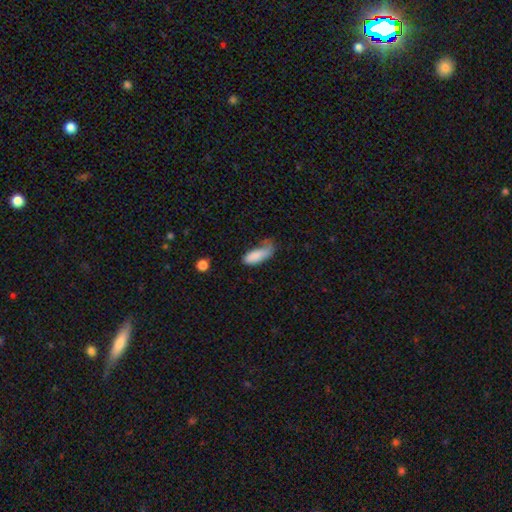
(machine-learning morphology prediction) Smooth or featured? smooth (83%)
How rounded? in between (77%)
Merging? minor disturbance (33%, tied with major disturbance)